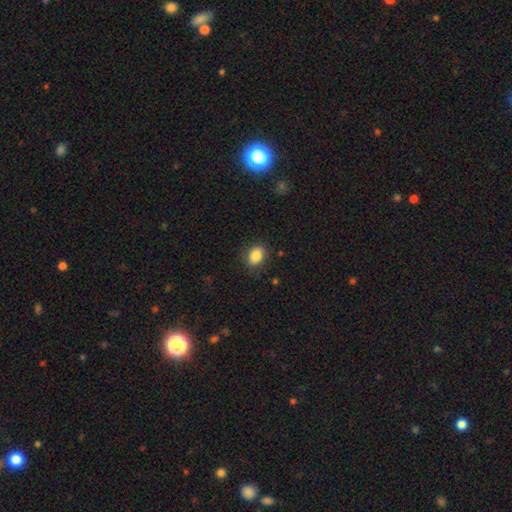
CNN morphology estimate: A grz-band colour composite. It shows a smooth galaxy with no disk features (85%) that is in between round and cigar-shaped (61%). Merging: none (84%).